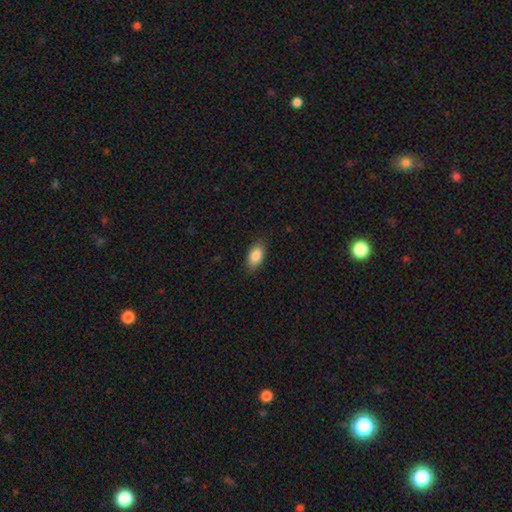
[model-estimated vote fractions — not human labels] Q: Smooth or featured?
A: smooth (87%); runner-up: star or artifact (7%)
Q: How rounded?
A: in between (91%); runner-up: cigar-shaped (5%)
Q: Merging?
A: none (86%); runner-up: minor disturbance (11%)